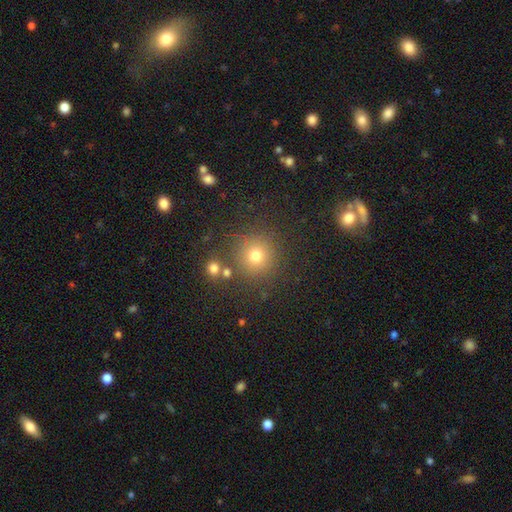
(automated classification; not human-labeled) Smooth or featured?
  - smooth: 74% *
  - star or artifact: 18%
  - featured or disk: 8%
How rounded?
  - round: 94% *
  - in between: 5%
  - cigar-shaped: 1%
Merging?
  - none: 83% *
  - minor disturbance: 8%
  - merger: 5%
  - major disturbance: 3%